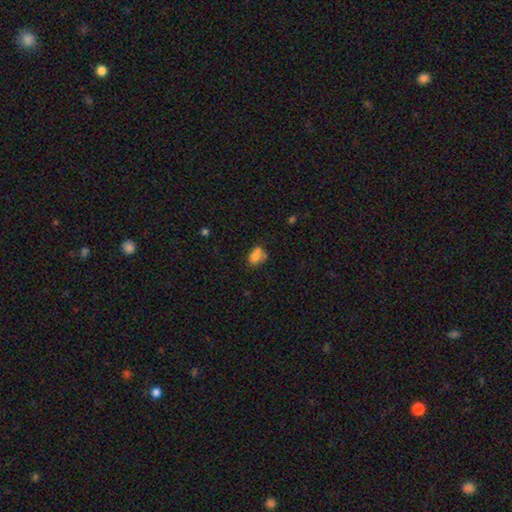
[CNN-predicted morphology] type=smooth (74%); roundness=in between (76%); merging=none (39%).